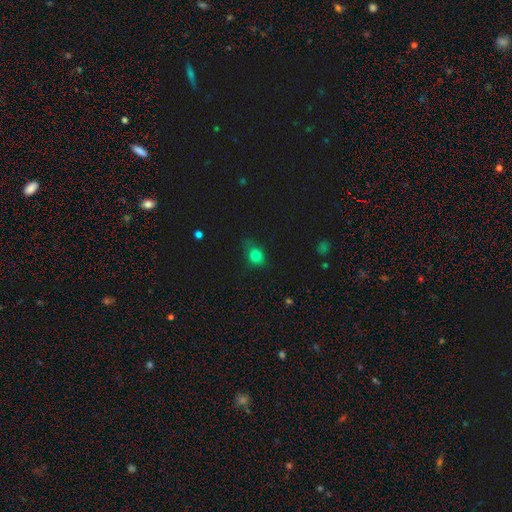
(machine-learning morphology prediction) type=smooth (80%); roundness=round (52%); merging=none (65%).